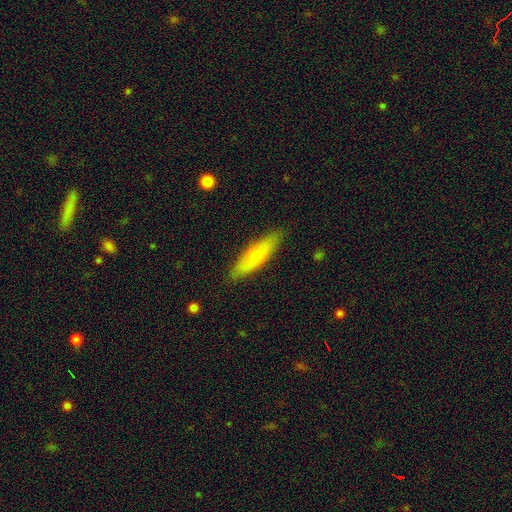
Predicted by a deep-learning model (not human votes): The model was most divided on "how rounded": cigar-shaped: 58%, in between: 39%, round: 2%. More confident: merging — none (85%); smooth or featured — smooth (58%).